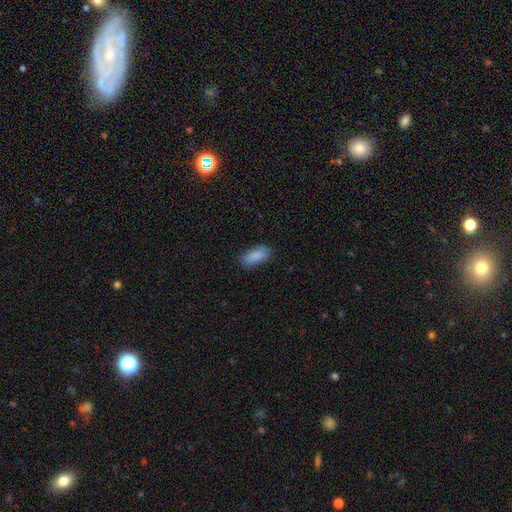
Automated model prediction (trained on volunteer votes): Overall: smooth (88%). How rounded: in between (86%). Merging: none (80%).